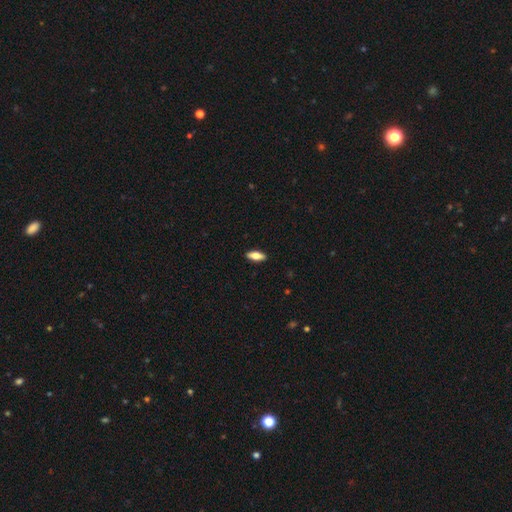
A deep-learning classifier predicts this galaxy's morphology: The model was most divided on "smooth or featured": smooth: 71%, featured or disk: 23%, star or artifact: 6%. More confident: merging — none (90%); how rounded — in between (74%).